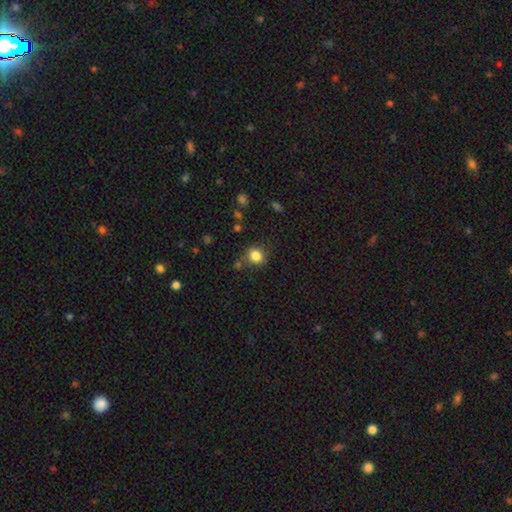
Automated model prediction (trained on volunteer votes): smooth-or-featured: smooth: 84% | star or artifact: 11% | featured or disk: 5%
  how-rounded: round: 76% | in between: 23% | cigar-shaped: 1%
  merging: none: 75% | minor disturbance: 14% | merger: 7% | major disturbance: 5%